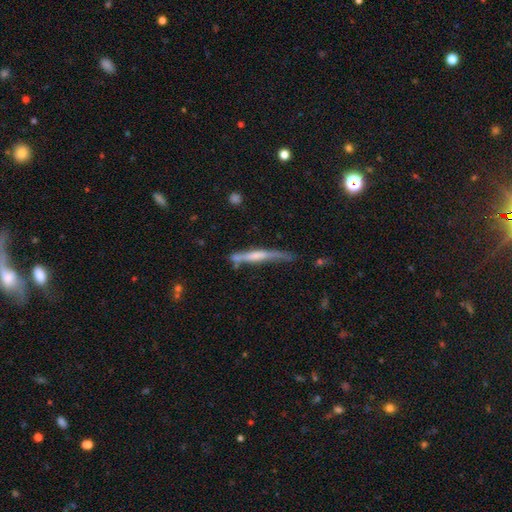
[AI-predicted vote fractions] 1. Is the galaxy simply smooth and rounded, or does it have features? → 58% featured or disk, 35% smooth, 7% star or artifact.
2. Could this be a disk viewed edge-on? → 92% yes, 8% no.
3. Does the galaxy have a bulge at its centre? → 38% rounded (tied), 38% none (tied), 24% boxy.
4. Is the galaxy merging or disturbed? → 55% none, 26% minor disturbance, 10% major disturbance, 9% merger.